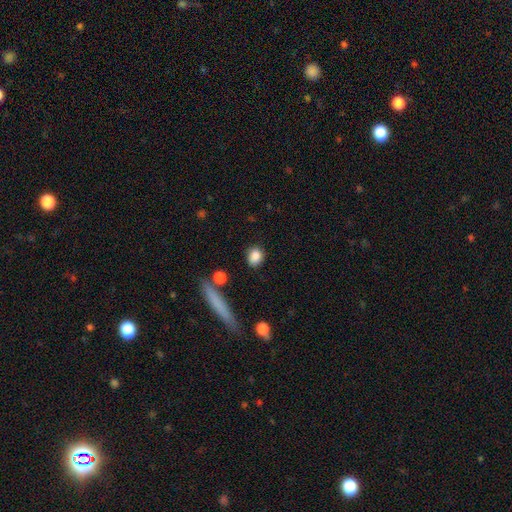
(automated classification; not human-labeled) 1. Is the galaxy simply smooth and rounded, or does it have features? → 85% smooth, 9% star or artifact, 6% featured or disk.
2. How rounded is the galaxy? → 59% round, 37% in between, 4% cigar-shaped.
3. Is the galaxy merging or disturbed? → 80% none, 13% minor disturbance, 3% merger, 3% major disturbance.